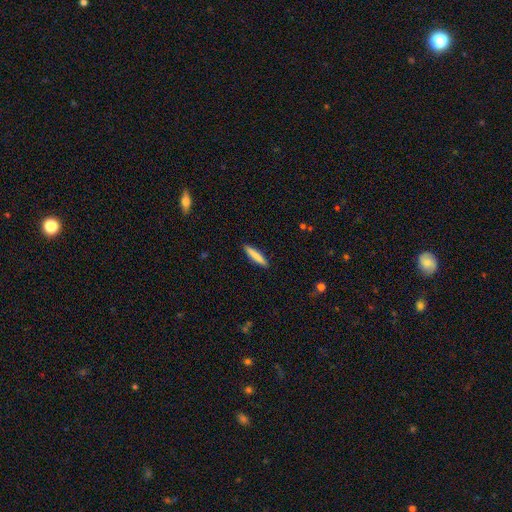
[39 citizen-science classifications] smooth_or_featured: smooth (p=0.69) [alt: featured or disk p=0.28]
how_rounded: cigar-shaped (p=1.00)
merging: none (p=0.89) [alt: merger p=0.08]